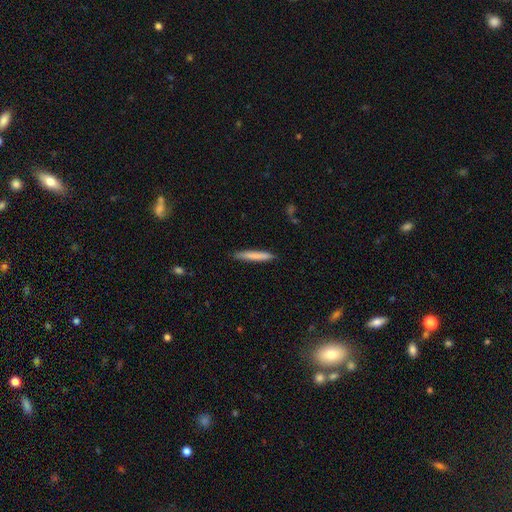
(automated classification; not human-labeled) smooth-or-featured: smooth: 77% | featured or disk: 17% | star or artifact: 6%
  how-rounded: cigar-shaped: 95% | in between: 4% | round: 1%
  merging: none: 89% | minor disturbance: 9% | major disturbance: 2% | merger: 1%